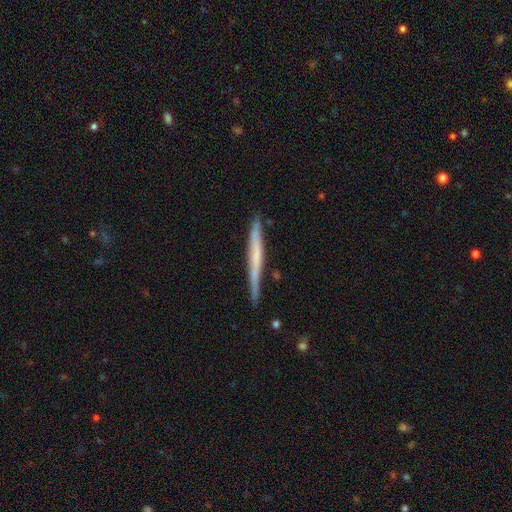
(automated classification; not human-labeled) Smooth or featured: featured or disk — 55% (smooth — 39%)
Edge-on disk: yes — 96% (no — 4%)
Edge-on bulge: none — 71% (rounded — 18%)
Merging: none — 84% (minor disturbance — 12%)